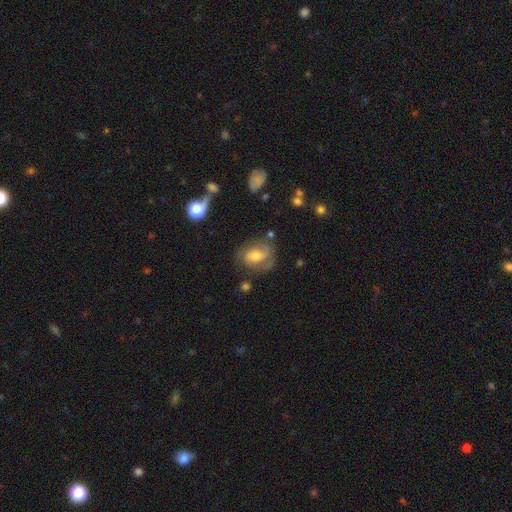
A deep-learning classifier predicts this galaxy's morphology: smooth_or_featured: featured or disk (p=0.54) [alt: smooth p=0.37]
disk_edge_on: no (p=0.95) [alt: yes p=0.05]
bar: no (p=0.51) [alt: weak p=0.37]
has_spiral_arms: yes (p=0.78) [alt: no p=0.22]
bulge_size: moderate (p=0.65) [alt: small p=0.21]
merging: none (p=0.62) [alt: minor disturbance p=0.23]